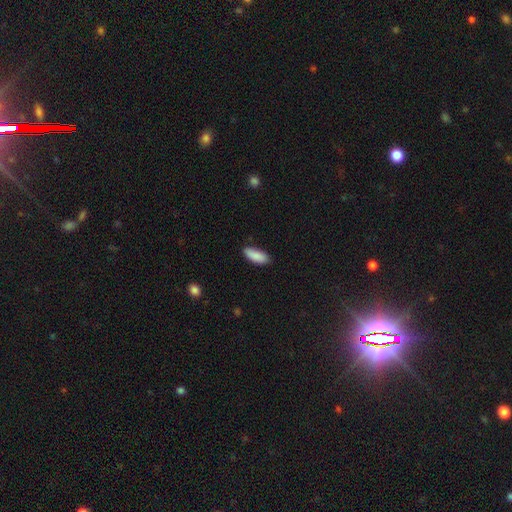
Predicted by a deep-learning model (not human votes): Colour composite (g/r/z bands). It shows a smooth galaxy with no disk features (89%) that is in between round and cigar-shaped (77%). Merging: none (80%).